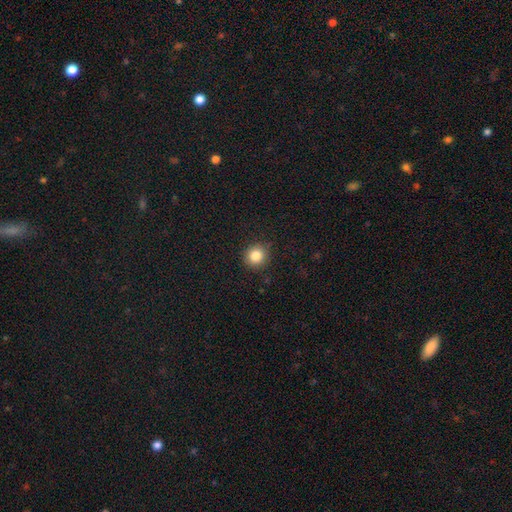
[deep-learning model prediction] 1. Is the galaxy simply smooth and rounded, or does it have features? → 84% smooth, 11% star or artifact, 5% featured or disk.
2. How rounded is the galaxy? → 91% round, 8% in between, 1% cigar-shaped.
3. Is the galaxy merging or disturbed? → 89% none, 8% minor disturbance, 2% major disturbance, 1% merger.